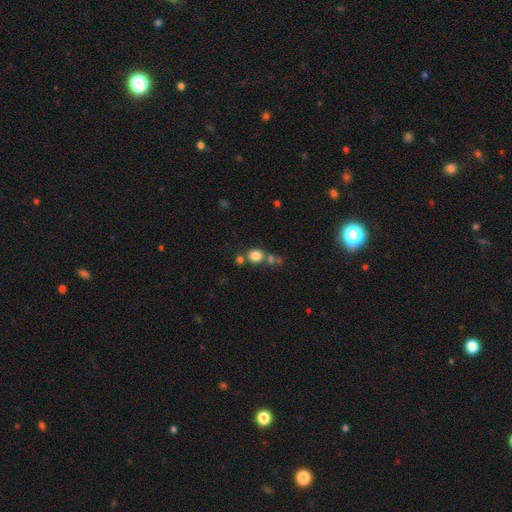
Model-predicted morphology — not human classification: Smooth or featured? smooth (79%)
How rounded? round (82%)
Merging? none (57%)